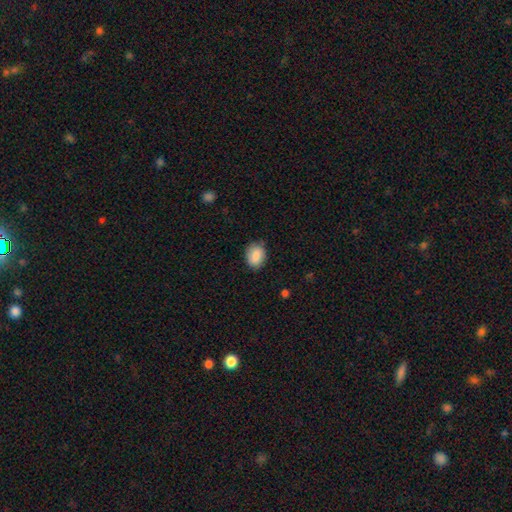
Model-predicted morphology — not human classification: smooth_or_featured: smooth (p=0.84) [alt: featured or disk p=0.09]
how_rounded: in between (p=0.66) [alt: round p=0.33]
merging: none (p=0.78) [alt: minor disturbance p=0.17]